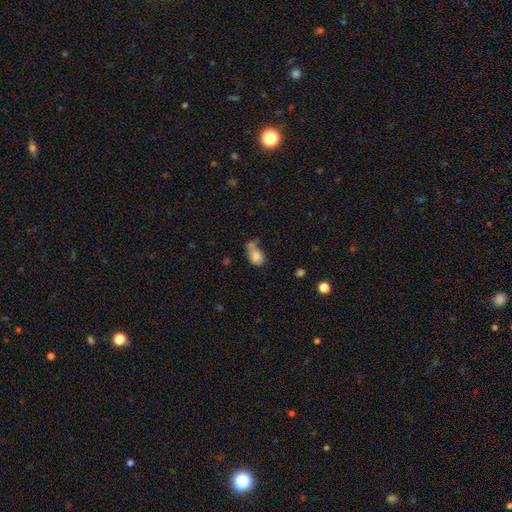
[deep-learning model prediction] Overall: smooth (80%). How rounded: in between (76%). Merging: none (37%; merger 31%).